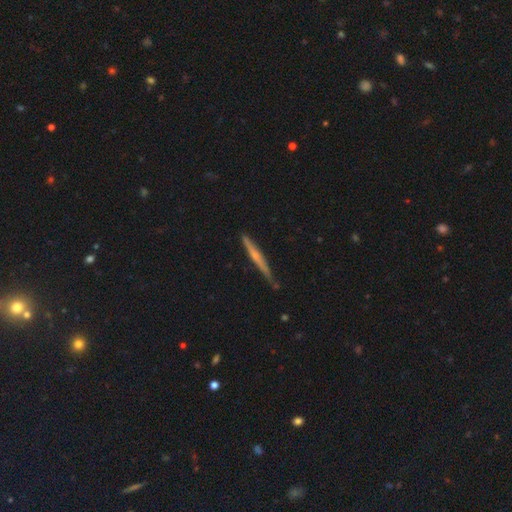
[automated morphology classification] The model was most divided on "edge-on bulge": none: 47%, rounded: 46%, boxy: 7%. More confident: edge-on disk — yes (97%); merging — none (80%); smooth or featured — featured or disk (58%).